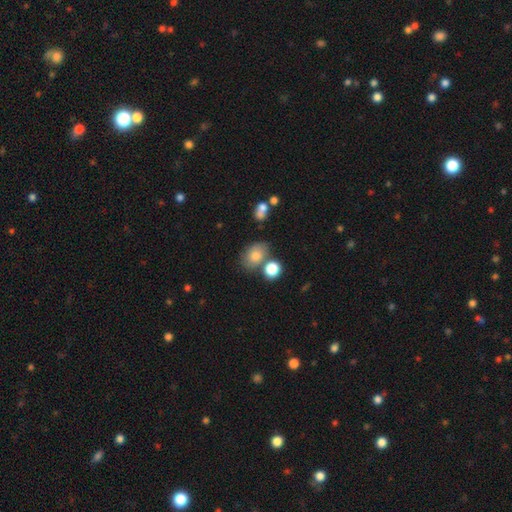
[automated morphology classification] smooth 75%, featured or disk 14%, star or artifact 11%. Down the decision tree: how rounded — in between (65%); merging — none (58%).